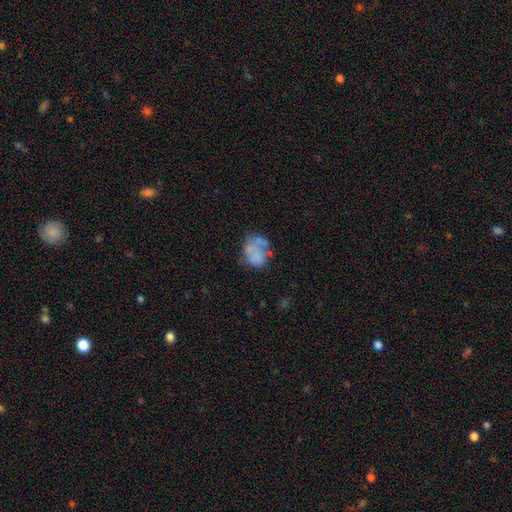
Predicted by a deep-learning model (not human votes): A smooth galaxy with no disk features (56%) that is in between round and cigar-shaped (56%).

Vote fractions:
- Smooth or featured? smooth: 56% / featured or disk: 34% / star or artifact: 10%
- How rounded? in between: 56% / round: 43% / cigar-shaped: 1%
- Merging? none: 34% / major disturbance: 28% / minor disturbance: 26% / merger: 12%